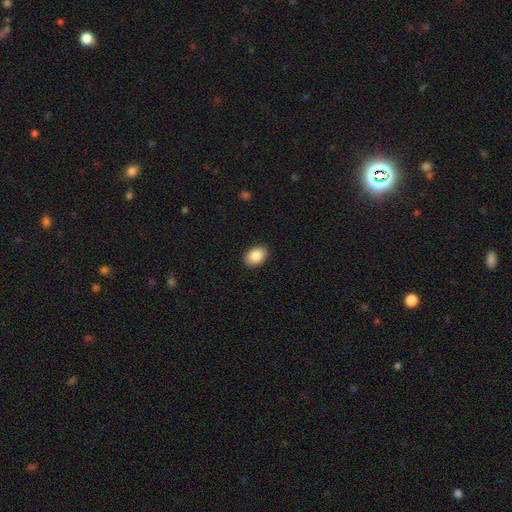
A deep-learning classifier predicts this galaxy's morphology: A smooth galaxy with no disk features (86%) that is in between round and cigar-shaped (79%). Merging: none (91%).